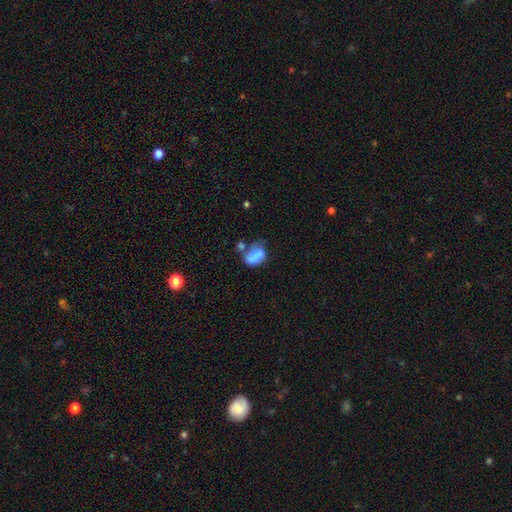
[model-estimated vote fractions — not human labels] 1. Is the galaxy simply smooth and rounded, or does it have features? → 64% smooth, 25% featured or disk, 11% star or artifact.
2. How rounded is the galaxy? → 81% in between, 13% round, 5% cigar-shaped.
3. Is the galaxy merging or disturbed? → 35% merger, 26% none, 20% minor disturbance, 19% major disturbance.